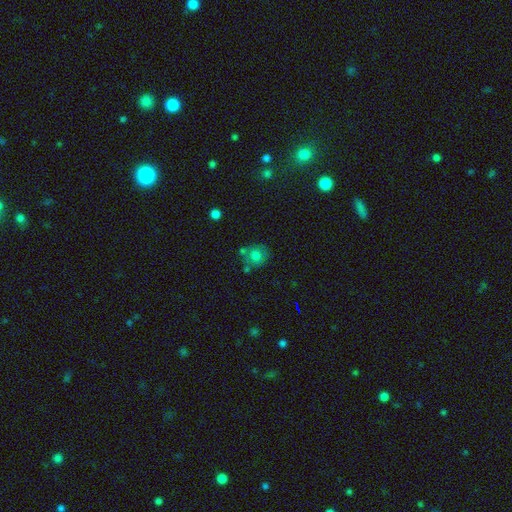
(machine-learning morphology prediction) type=smooth (73%); roundness=round (85%); merging=none (63%).